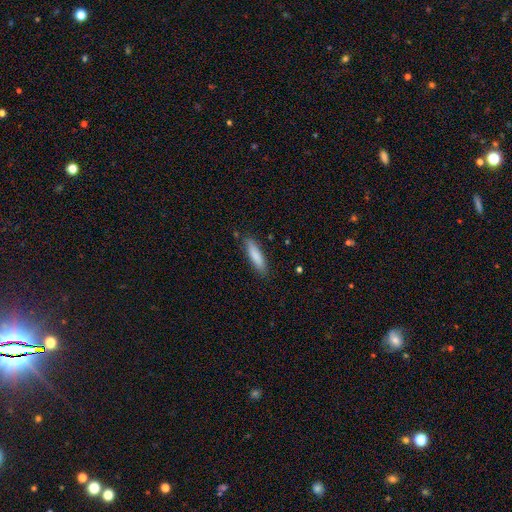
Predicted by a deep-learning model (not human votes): Smooth or featured? Predicted: smooth (p=0.83). How rounded? Predicted: cigar-shaped (p=0.75). Merging? Predicted: none (p=0.84).